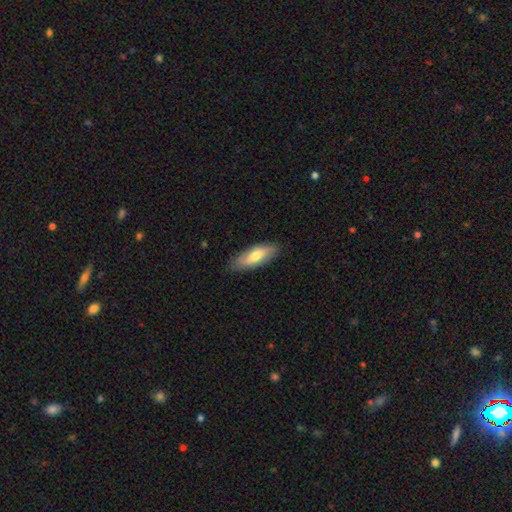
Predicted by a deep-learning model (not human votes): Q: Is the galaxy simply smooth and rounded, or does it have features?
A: smooth — 61%.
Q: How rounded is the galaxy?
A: in between — 68%.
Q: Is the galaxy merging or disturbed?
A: none — 82%.